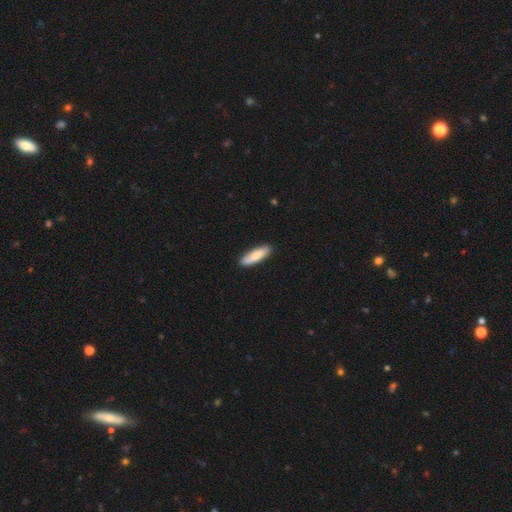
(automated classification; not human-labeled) The model was most divided on "how rounded": cigar-shaped: 62%, in between: 36%, round: 2%. More confident: merging — none (88%); smooth or featured — smooth (80%).